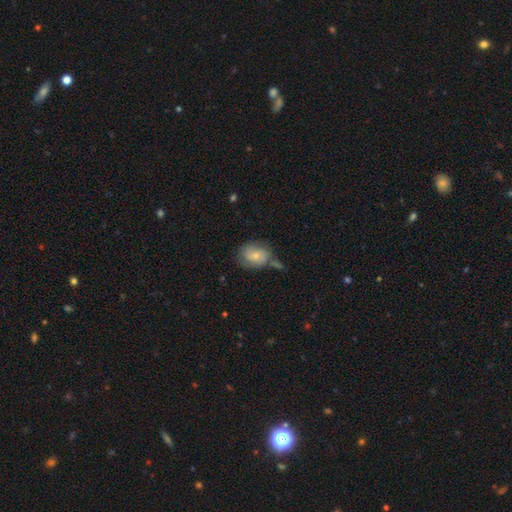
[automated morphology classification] smooth-or-featured: smooth: 68% | featured or disk: 25% | star or artifact: 8%
  how-rounded: in between: 57% | round: 42% | cigar-shaped: 1%
  merging: none: 49% | minor disturbance: 25% | merger: 16% | major disturbance: 10%